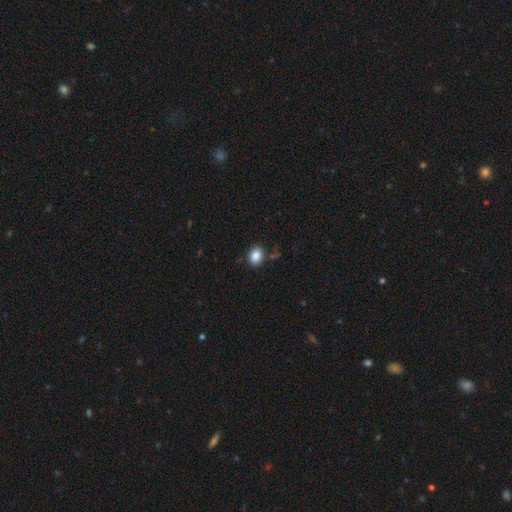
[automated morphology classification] A smooth galaxy with no disk features (86%) that is in between round and cigar-shaped (59%). Merging: none (83%).